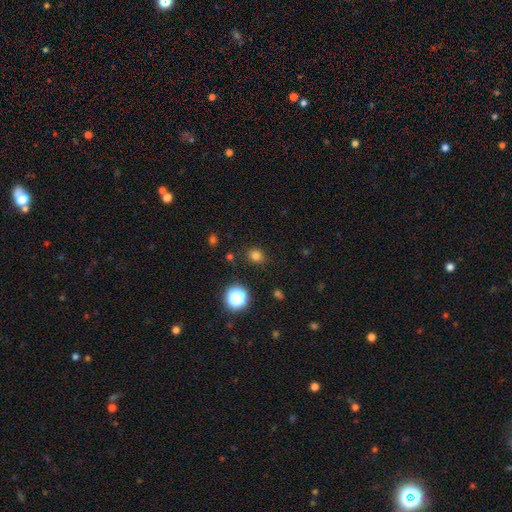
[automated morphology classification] Smooth or featured?
  - smooth: 77% *
  - star or artifact: 18%
  - featured or disk: 4%
How rounded?
  - round: 76% *
  - in between: 23%
  - cigar-shaped: 1%
Merging?
  - none: 85% *
  - minor disturbance: 10%
  - major disturbance: 3%
  - merger: 2%